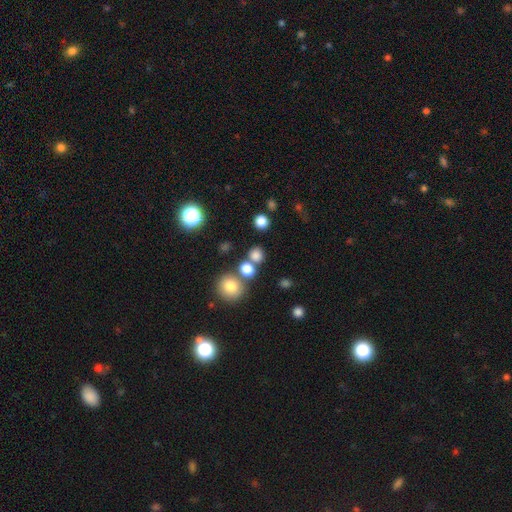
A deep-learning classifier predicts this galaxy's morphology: Smooth or featured? Predicted: smooth (p=0.77). How rounded? Predicted: round (p=0.83). Merging? Predicted: none (p=0.67).